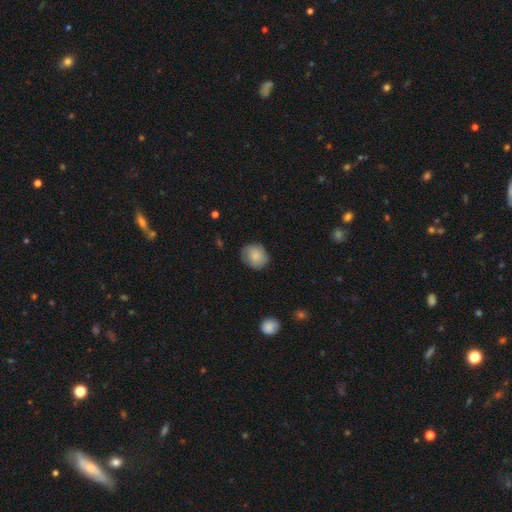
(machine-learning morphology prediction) Smooth or featured: smooth — 77% (featured or disk — 16%)
How rounded: round — 73% (in between — 26%)
Merging: none — 75% (minor disturbance — 19%)